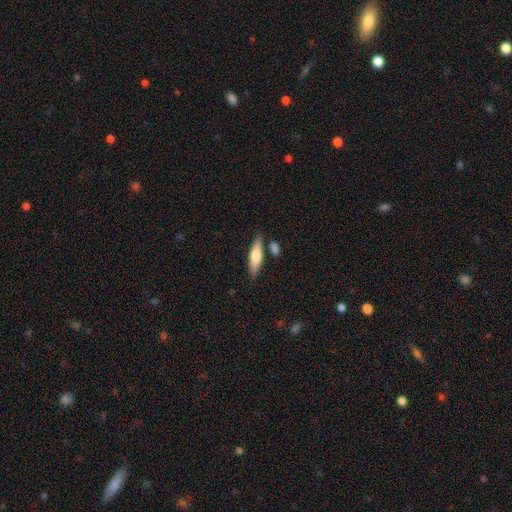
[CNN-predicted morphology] Smooth or featured? smooth (63%)
How rounded? cigar-shaped (67%)
Merging? none (74%)